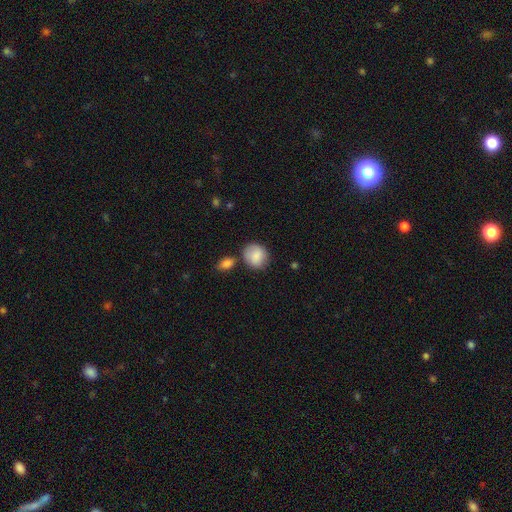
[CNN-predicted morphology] smooth-or-featured: smooth: 85% | featured or disk: 8% | star or artifact: 7%
  how-rounded: round: 73% | in between: 26% | cigar-shaped: 1%
  merging: none: 67% | minor disturbance: 18% | merger: 11% | major disturbance: 5%